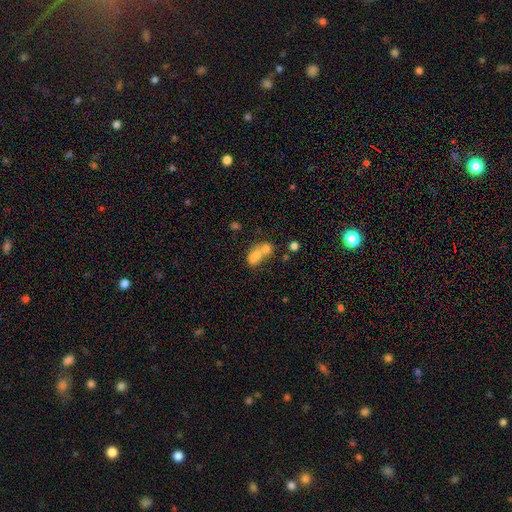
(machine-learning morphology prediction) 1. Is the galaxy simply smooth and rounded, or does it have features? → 62% smooth, 26% featured or disk, 12% star or artifact.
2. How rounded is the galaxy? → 52% round, 46% in between, 2% cigar-shaped.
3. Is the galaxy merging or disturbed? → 68% merger, 21% none, 6% minor disturbance, 5% major disturbance.